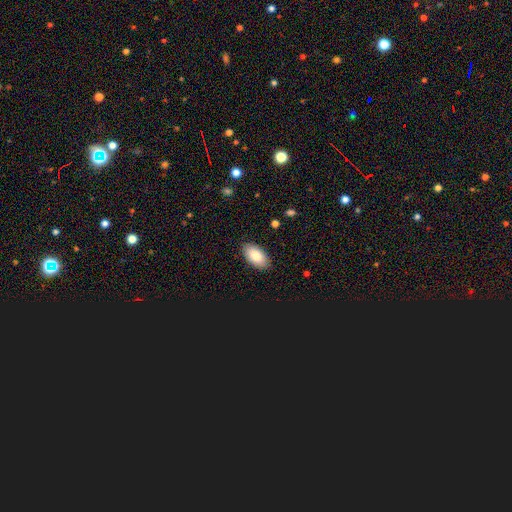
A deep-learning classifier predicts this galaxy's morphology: Smooth or featured? Predicted: smooth (p=0.85). How rounded? Predicted: in between (p=0.95). Merging? Predicted: none (p=0.88).